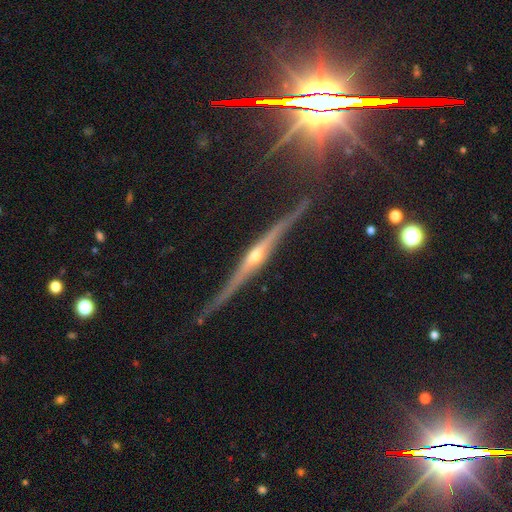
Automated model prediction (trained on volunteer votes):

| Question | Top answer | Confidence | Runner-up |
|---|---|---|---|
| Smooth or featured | featured or disk | 82% | star or artifact (12%) |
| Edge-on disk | yes | 97% | no (3%) |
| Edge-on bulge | rounded | 89% | none (6%) |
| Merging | none | 84% | minor disturbance (11%) |